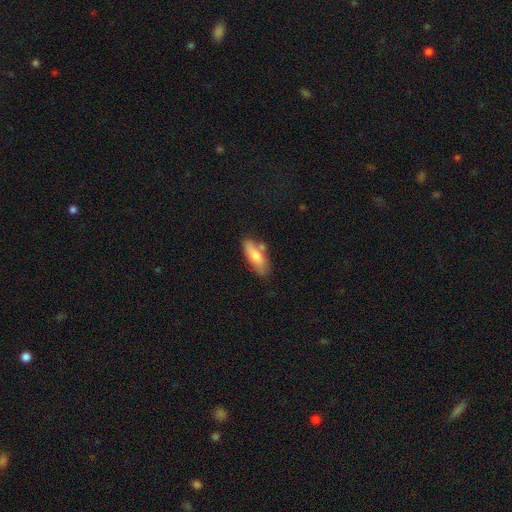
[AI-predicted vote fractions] Smooth or featured? smooth (70%)
How rounded? in between (65%)
Merging? none (66%)